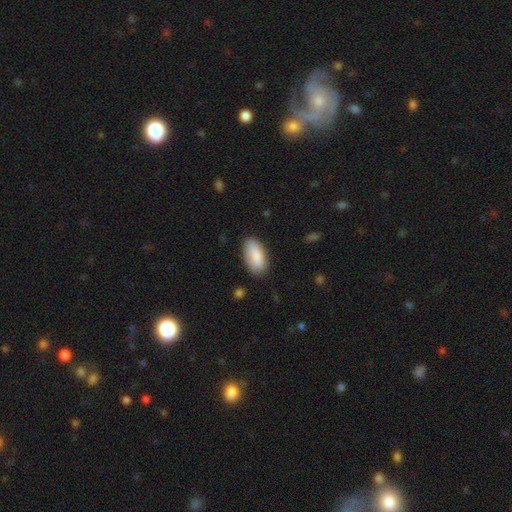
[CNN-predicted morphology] This is clearly a smooth galaxy (87%). How rounded: clearly in between (91%). Merging: clearly none (81%).